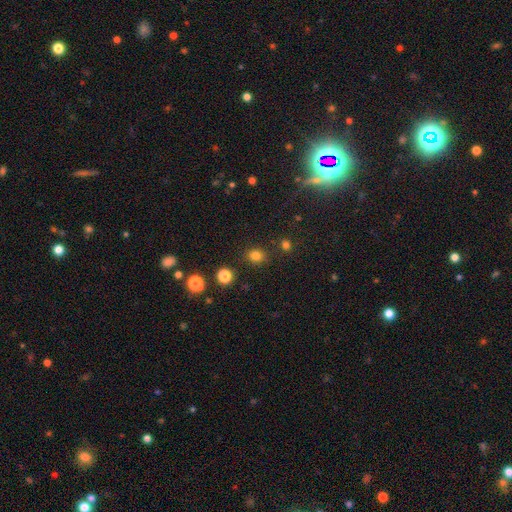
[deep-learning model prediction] Morphology: type=smooth (80%); roundness=round (71%); merging=none (86%).